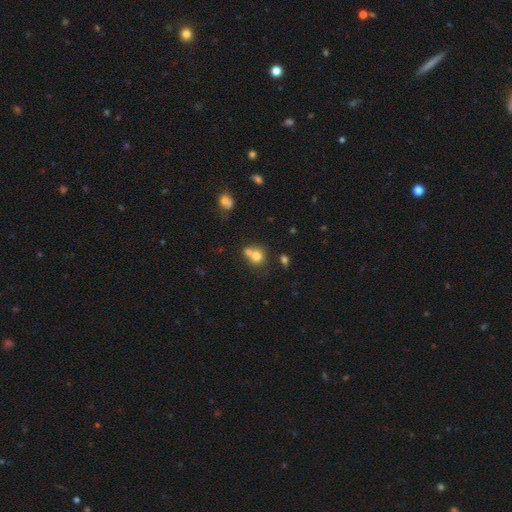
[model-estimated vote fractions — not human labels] The model was most divided on "merging": merger: 48%, none: 38%, minor disturbance: 10%, major disturbance: 4%. More confident: how rounded — round (77%); smooth or featured — smooth (75%).